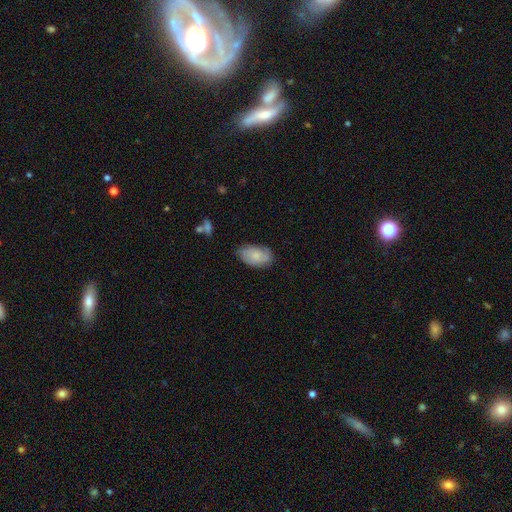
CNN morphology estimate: smooth_or_featured: smooth (p=0.66) [alt: featured or disk p=0.28]
how_rounded: in between (p=0.92) [alt: round p=0.07]
merging: none (p=0.72) [alt: minor disturbance p=0.22]